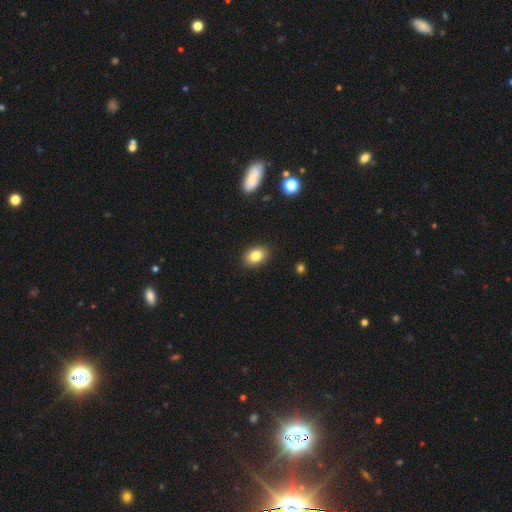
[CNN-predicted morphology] This appears to be a smooth galaxy with no disk features (84%) that is in between round and cigar-shaped (81%). Merging: none (88%).